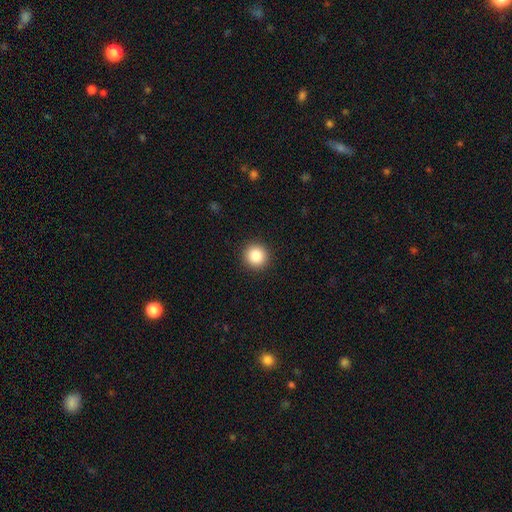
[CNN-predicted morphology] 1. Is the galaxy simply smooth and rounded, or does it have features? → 85% smooth, 10% star or artifact, 5% featured or disk.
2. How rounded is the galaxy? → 94% round, 5% in between, 1% cigar-shaped.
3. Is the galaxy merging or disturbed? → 93% none, 5% minor disturbance, 2% major disturbance, 1% merger.